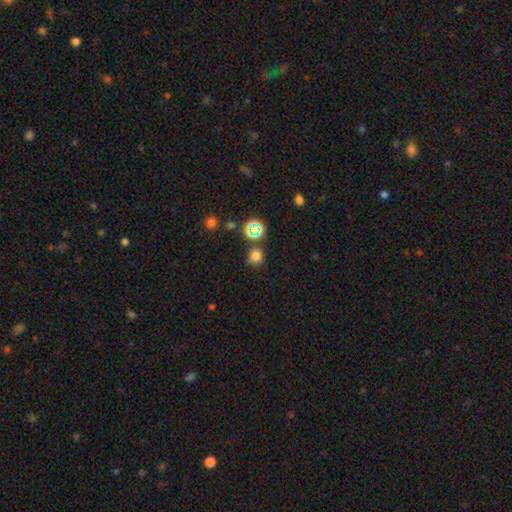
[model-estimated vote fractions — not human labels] smooth 68%, star or artifact 26%, featured or disk 6%. Down the decision tree: how rounded — round (87%); merging — none (75%).